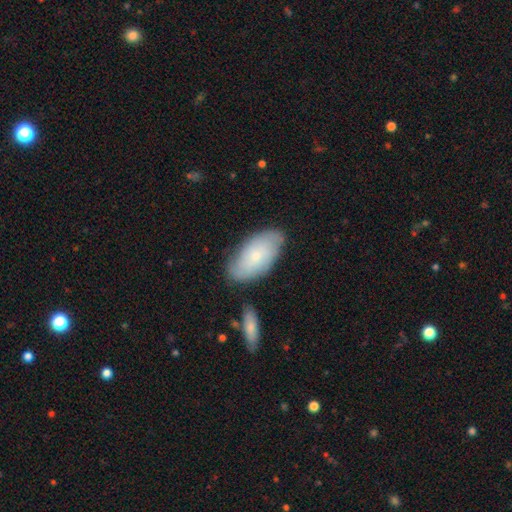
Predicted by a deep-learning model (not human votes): smooth_or_featured: smooth (p=0.60) [alt: featured or disk p=0.34]
how_rounded: in between (p=0.94) [alt: cigar-shaped p=0.03]
merging: none (p=0.74) [alt: minor disturbance p=0.18]